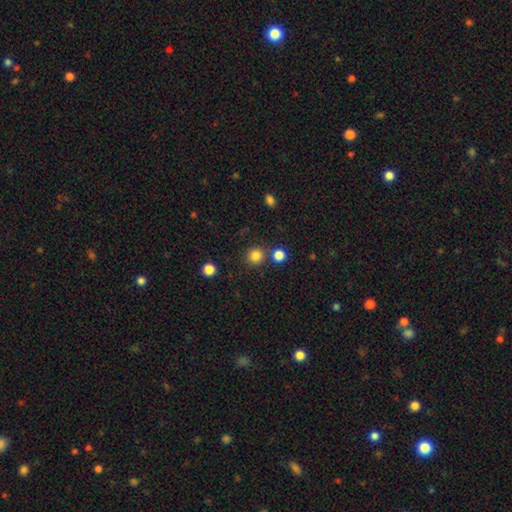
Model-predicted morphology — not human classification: Overall: smooth (83%). How rounded: round (91%). Merging: none (79%).